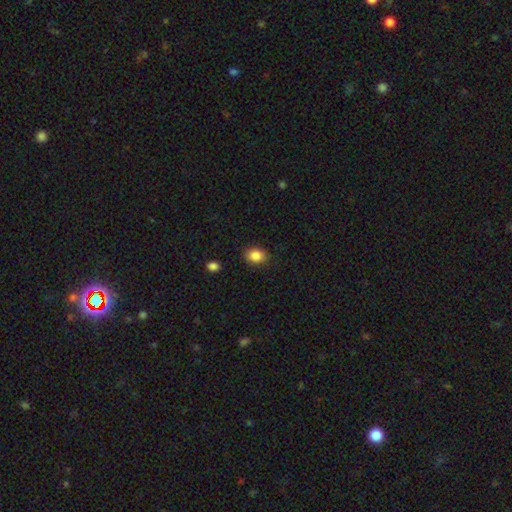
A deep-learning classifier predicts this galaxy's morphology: Smooth or featured: smooth — 86% (star or artifact — 9%)
How rounded: in between — 57% (round — 42%)
Merging: none — 86% (minor disturbance — 10%)